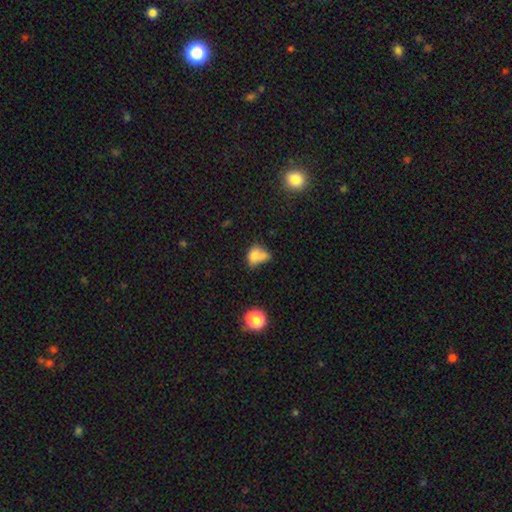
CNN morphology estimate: Smooth or featured? Predicted: smooth (p=0.71). How rounded? Predicted: in between (p=0.66). Merging? Predicted: merger (p=0.46).